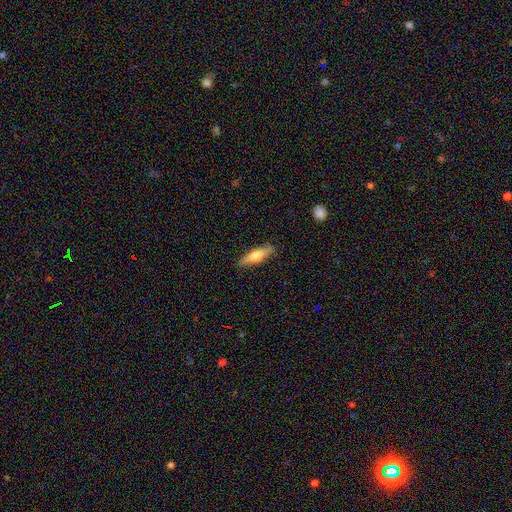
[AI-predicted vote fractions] featured or disk 51%, smooth 43%, star or artifact 6%. Down the decision tree: edge-on disk — yes (94%); merging — none (87%).